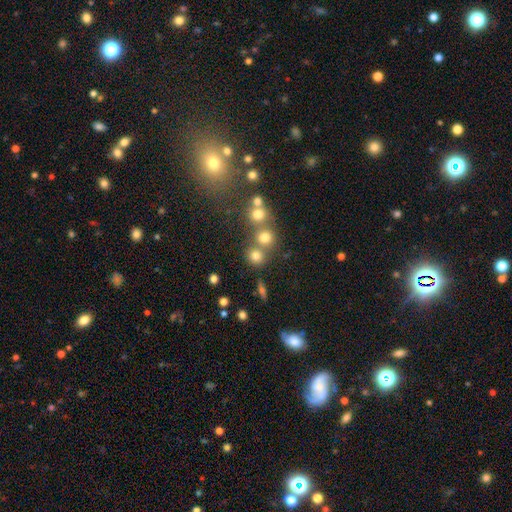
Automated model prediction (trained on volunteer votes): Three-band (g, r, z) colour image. It shows a smooth galaxy with no disk features (75%) that is round (84%). Merging: none (62%).